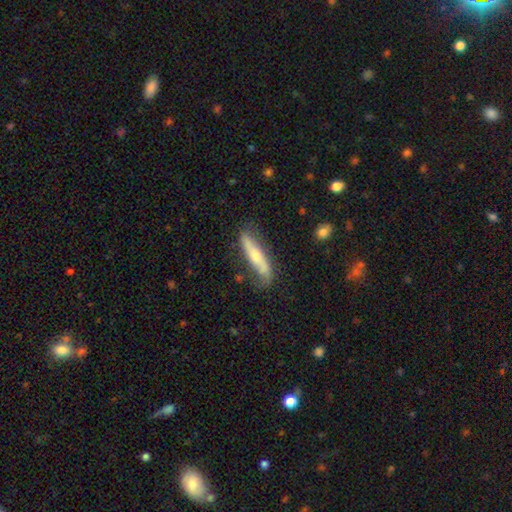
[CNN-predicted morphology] Smooth or featured? Predicted: featured or disk (p=0.56). Edge-on disk? Predicted: yes (p=0.66). Merging? Predicted: none (p=0.69).